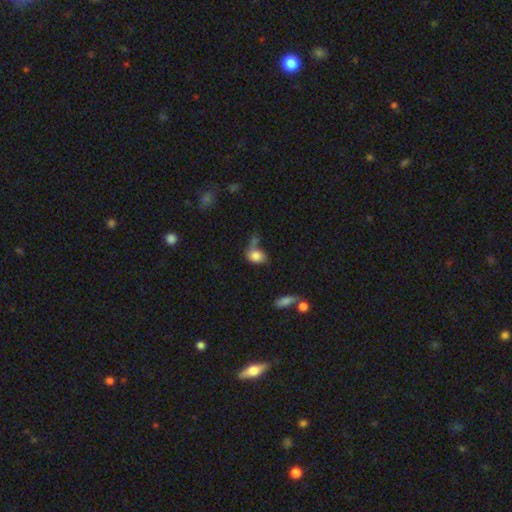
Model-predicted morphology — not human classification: This appears to be a smooth galaxy with no disk features (81%) that is in between round and cigar-shaped (71%). Merging: none (36%).